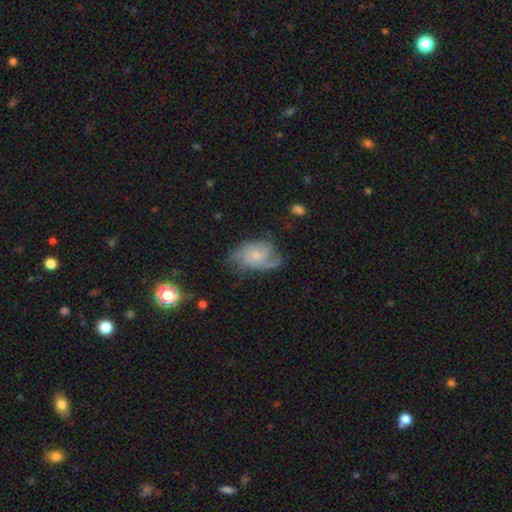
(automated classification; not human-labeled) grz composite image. It shows a featured or disk galaxy (71%) with no bar (72%), 2 (40%) medium (43%) spiral arms (91%) and a small central bulge (61%). Merging: none (57%).